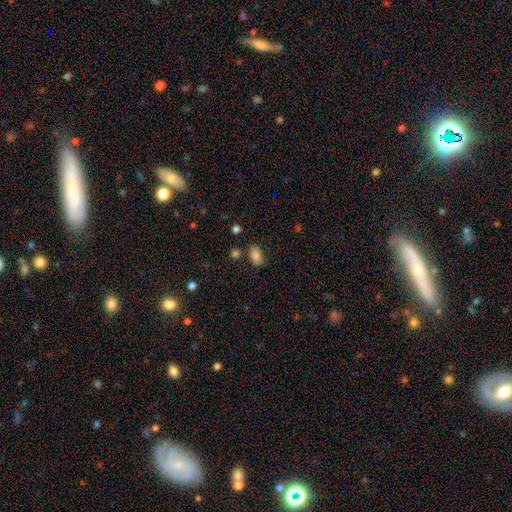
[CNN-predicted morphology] Smooth or featured?
  - smooth: 82% *
  - star or artifact: 10%
  - featured or disk: 9%
How rounded?
  - in between: 89% *
  - round: 8%
  - cigar-shaped: 3%
Merging?
  - none: 73% *
  - minor disturbance: 17%
  - merger: 6%
  - major disturbance: 4%